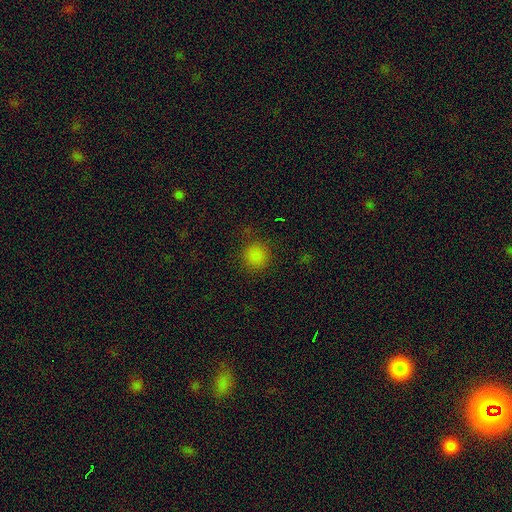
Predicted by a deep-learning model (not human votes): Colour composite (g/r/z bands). It shows a smooth galaxy with no disk features (82%) that is round (93%). Merging: none (87%).